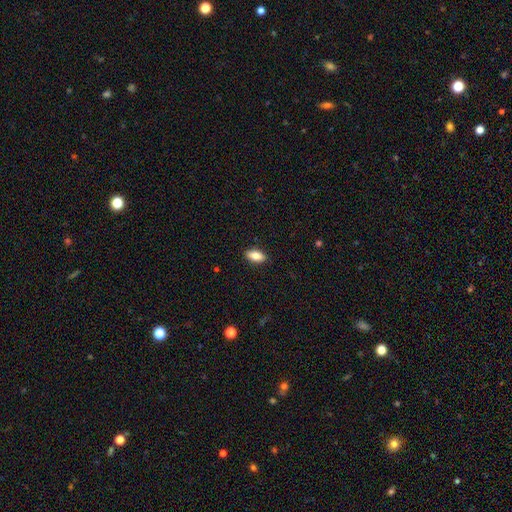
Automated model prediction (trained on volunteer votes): Smooth or featured?
  - smooth: 80% *
  - featured or disk: 13%
  - star or artifact: 7%
How rounded?
  - in between: 88% *
  - cigar-shaped: 9%
  - round: 3%
Merging?
  - none: 89% *
  - minor disturbance: 8%
  - major disturbance: 2%
  - merger: 1%